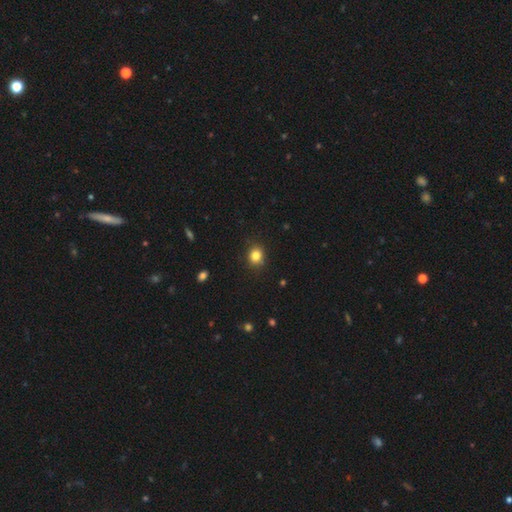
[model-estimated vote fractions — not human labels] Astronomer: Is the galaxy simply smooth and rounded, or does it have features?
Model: smooth — 82%.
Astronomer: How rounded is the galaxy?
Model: round — 73%.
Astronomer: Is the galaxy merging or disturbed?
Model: none — 87%.